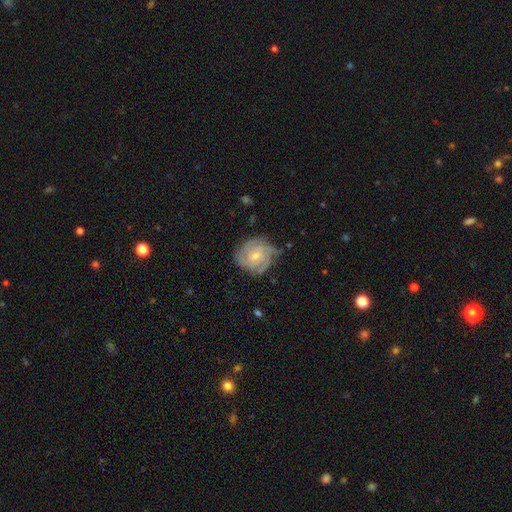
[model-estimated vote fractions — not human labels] This is clearly a featured or disk galaxy (84%). It is clearly not viewed edge-on (98%). Bar: likely no (63%). Spiral arm pattern: clearly yes (97%). Spiral arm count: marginally 3 (34%). Spiral winding: likely tight (69%). Central bulge: likely small (63%). Merging: likely none (72%).